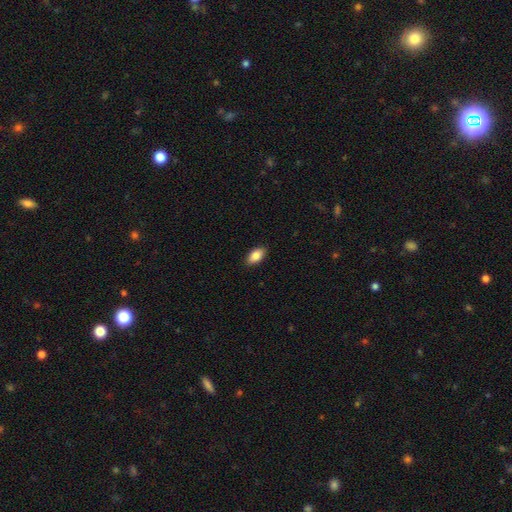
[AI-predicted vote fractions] smooth 87%, star or artifact 7%, featured or disk 7%. Down the decision tree: how rounded — in between (93%); merging — none (89%).